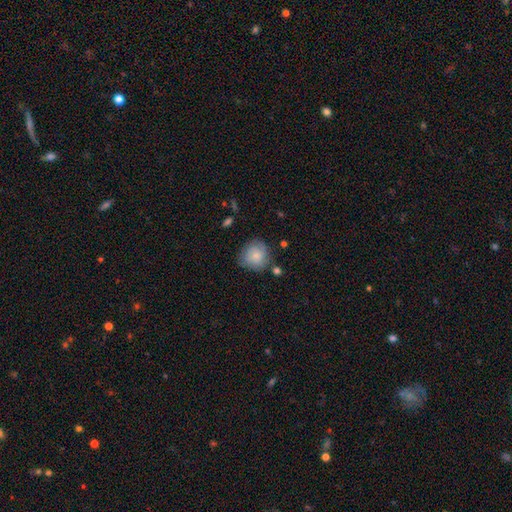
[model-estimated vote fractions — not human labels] A smooth galaxy with no disk features (74%) that is round (84%).

Vote fractions:
- Smooth or featured? smooth: 74% / featured or disk: 18% / star or artifact: 8%
- How rounded? round: 84% / in between: 15% / cigar-shaped: 1%
- Merging? none: 69% / minor disturbance: 21% / major disturbance: 6% / merger: 4%